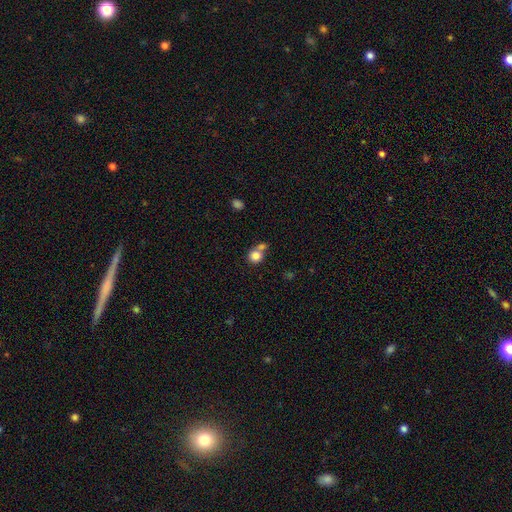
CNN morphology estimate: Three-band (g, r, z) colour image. It shows a smooth galaxy with no disk features (82%) that is round (83%). Merging: merger (44%, tied with none).